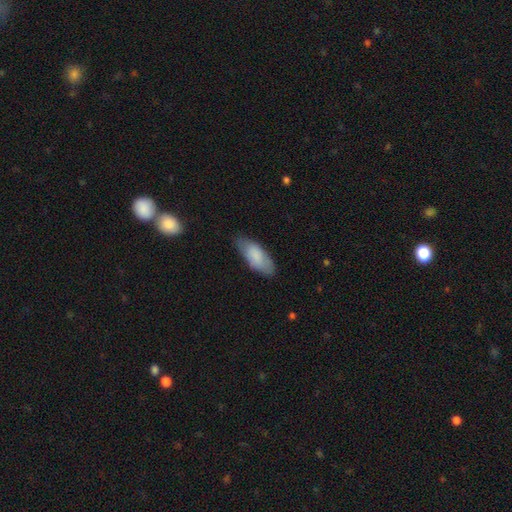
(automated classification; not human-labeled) A smooth galaxy with no disk features (81%) that is in between round and cigar-shaped (82%). Merging: none (72%).